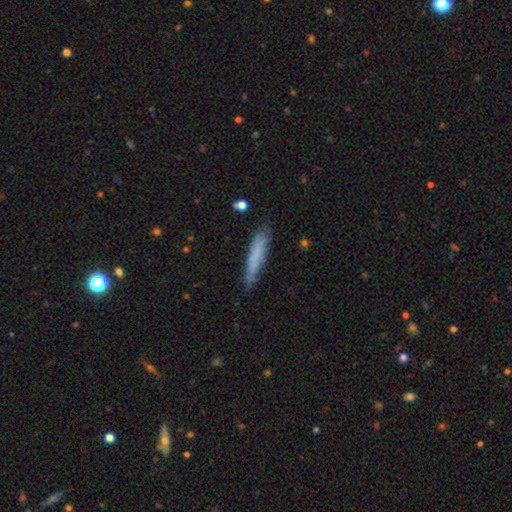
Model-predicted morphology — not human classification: A smooth galaxy with no disk features (73%) that is cigar-shaped (91%). Merging: none (80%).